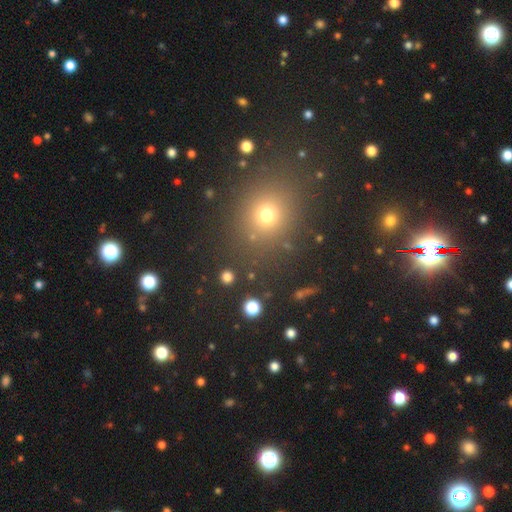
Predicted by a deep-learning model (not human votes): Smooth or featured?
  - smooth: 56% *
  - star or artifact: 35%
  - featured or disk: 8%
How rounded?
  - round: 69% *
  - in between: 30%
  - cigar-shaped: 1%
Merging?
  - none: 87% *
  - minor disturbance: 7%
  - major disturbance: 3%
  - merger: 2%